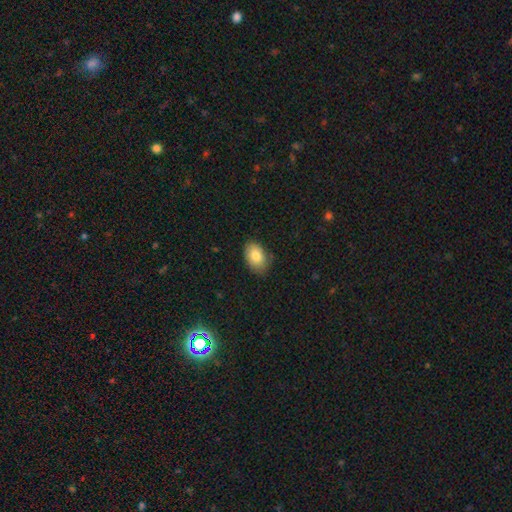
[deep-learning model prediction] This appears to be a smooth galaxy with no disk features (82%) that is in between round and cigar-shaped (86%). Merging: none (78%).